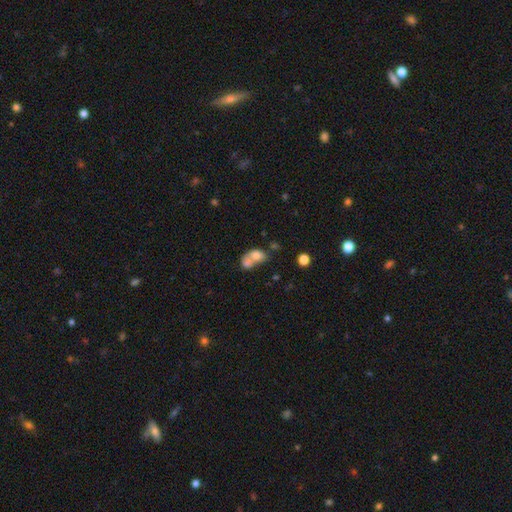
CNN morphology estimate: This is likely a smooth galaxy (71%). How rounded: likely in between (68%). Merging: likely merger (71%).